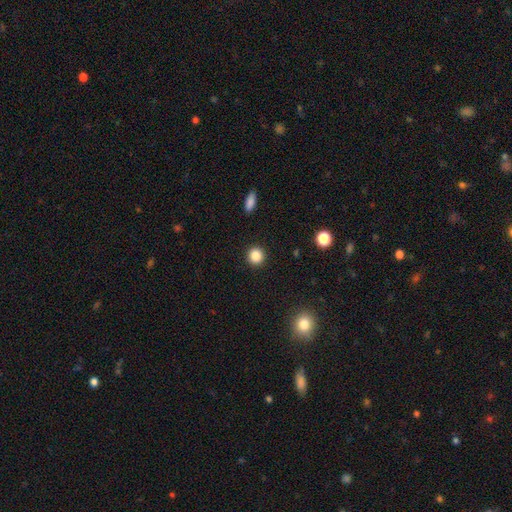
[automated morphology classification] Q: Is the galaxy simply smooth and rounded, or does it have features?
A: smooth — 86%.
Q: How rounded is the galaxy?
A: round — 93%.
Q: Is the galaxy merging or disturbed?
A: none — 92%.